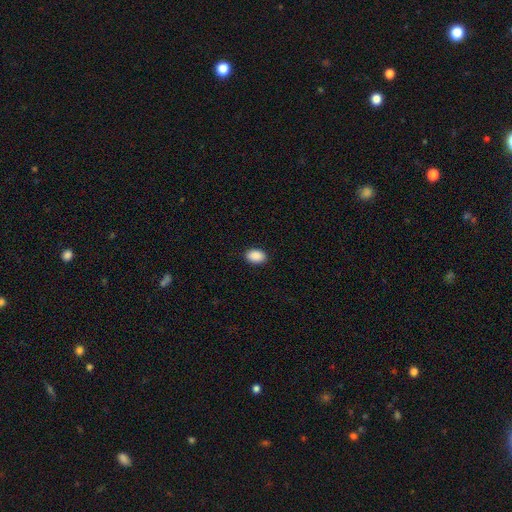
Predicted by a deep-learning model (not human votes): Smooth or featured?
  - smooth: 91% *
  - star or artifact: 7%
  - featured or disk: 3%
How rounded?
  - in between: 87% *
  - round: 12%
  - cigar-shaped: 1%
Merging?
  - none: 90% *
  - minor disturbance: 7%
  - major disturbance: 2%
  - merger: 1%